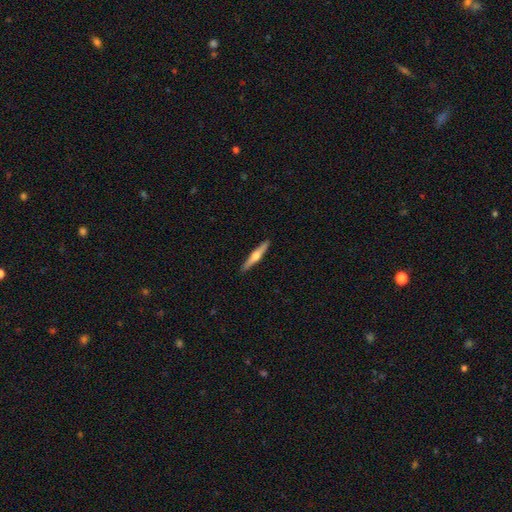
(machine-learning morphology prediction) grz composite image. It shows a featured or disk galaxy (63%) viewed edge-on (97%) with a rounded central bulge (93%). Merging: none (91%).